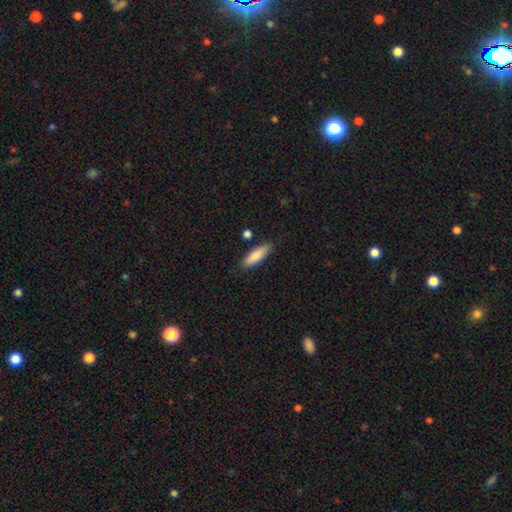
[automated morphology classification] The model was most divided on "how rounded": cigar-shaped: 50%, in between: 48%, round: 2%. More confident: smooth or featured — smooth (83%); merging — none (83%).